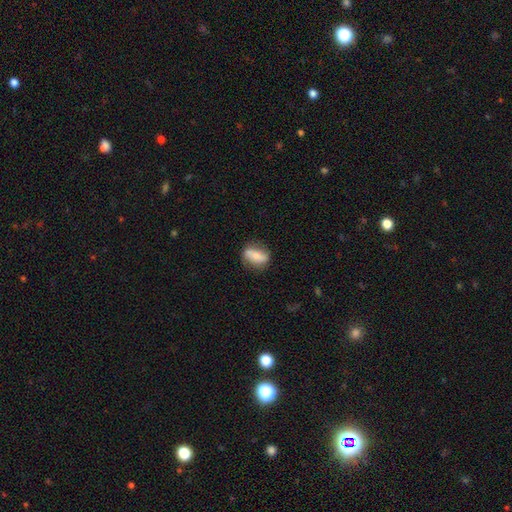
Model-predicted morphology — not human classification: A smooth galaxy with no disk features (57%) that is in between round and cigar-shaped (72%). Merging: none (73%).